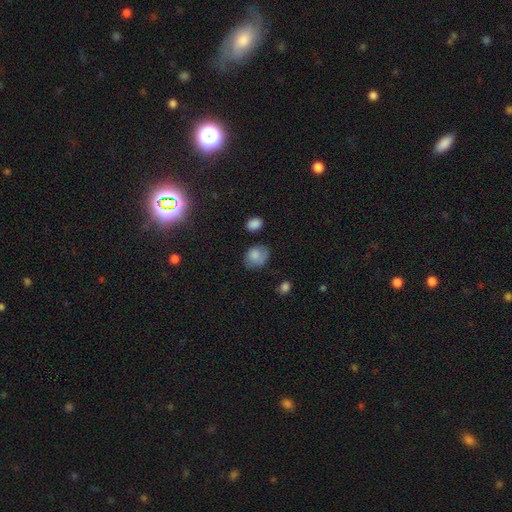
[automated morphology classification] This is likely a smooth galaxy (78%). How rounded: possibly in between (53%). Merging: likely none (62%).